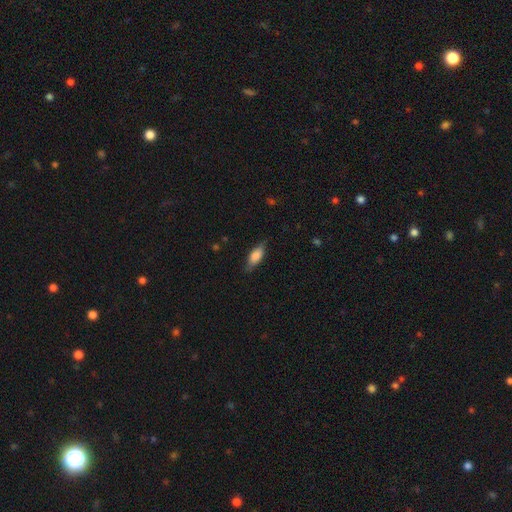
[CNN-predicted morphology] smooth-or-featured: smooth: 74% | featured or disk: 19% | star or artifact: 6%
  how-rounded: in between: 73% | cigar-shaped: 24% | round: 3%
  merging: none: 77% | minor disturbance: 18% | major disturbance: 4% | merger: 1%